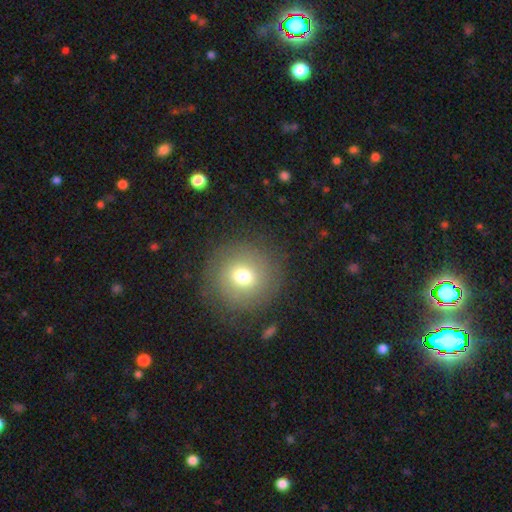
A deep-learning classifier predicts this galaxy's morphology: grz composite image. It shows a smooth galaxy with no disk features (56%) that is round (94%). Merging: none (89%).